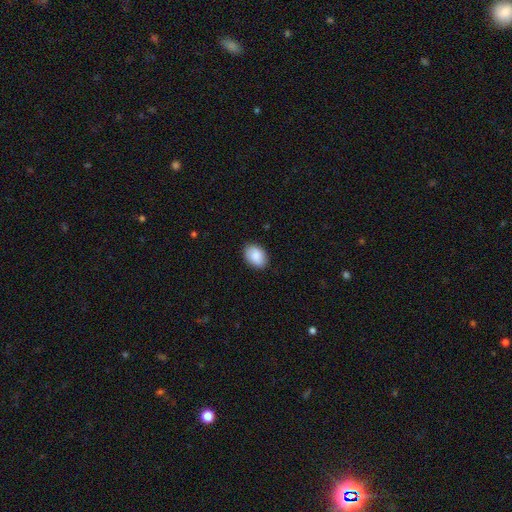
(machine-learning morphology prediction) Overall: smooth (86%). How rounded: in between (80%). Merging: none (85%).